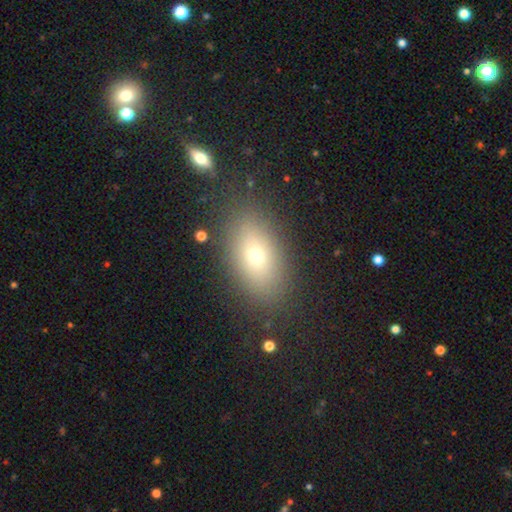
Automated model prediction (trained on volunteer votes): A smooth galaxy with no disk features (67%) that is in between round and cigar-shaped (83%).

Vote fractions:
- Smooth or featured? smooth: 67% / featured or disk: 19% / star or artifact: 14%
- How rounded? in between: 83% / round: 11% / cigar-shaped: 6%
- Merging? none: 83% / minor disturbance: 10% / major disturbance: 4% / merger: 3%